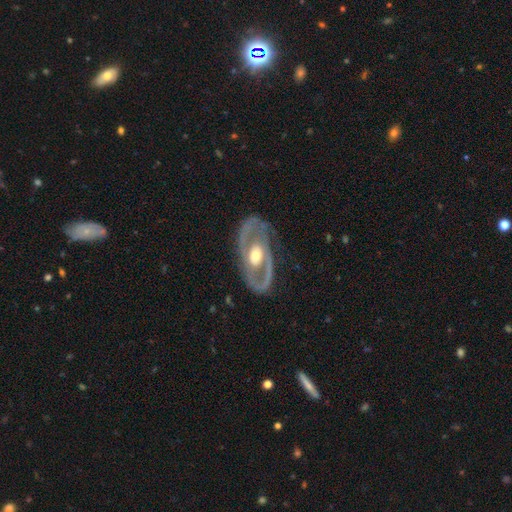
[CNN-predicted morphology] featured or disk 86%, smooth 10%, star or artifact 4%. Down the decision tree: edge-on disk — no (94%); bar — no (56%); spiral arms — yes (79%); spiral arm count — 2 (87%); spiral winding — medium (48%); bulge size — moderate (74%); merging — none (80%).